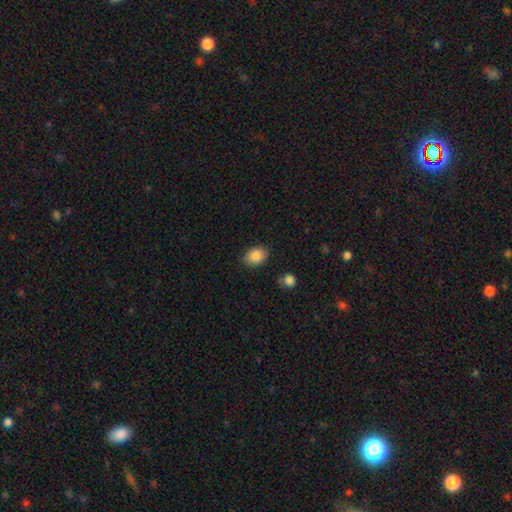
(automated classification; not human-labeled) Smooth or featured?
  - smooth: 88% *
  - star or artifact: 8%
  - featured or disk: 4%
How rounded?
  - in between: 64% *
  - round: 35%
  - cigar-shaped: 1%
Merging?
  - none: 84% *
  - minor disturbance: 11%
  - major disturbance: 3%
  - merger: 2%